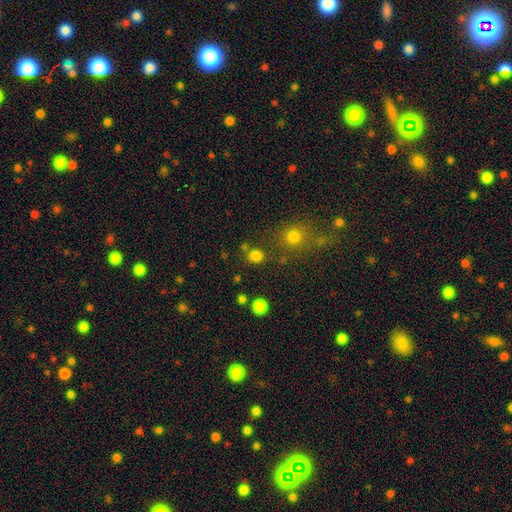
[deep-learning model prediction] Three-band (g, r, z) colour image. It shows a smooth galaxy with no disk features (80%) that is round (81%). Merging: none (77%).